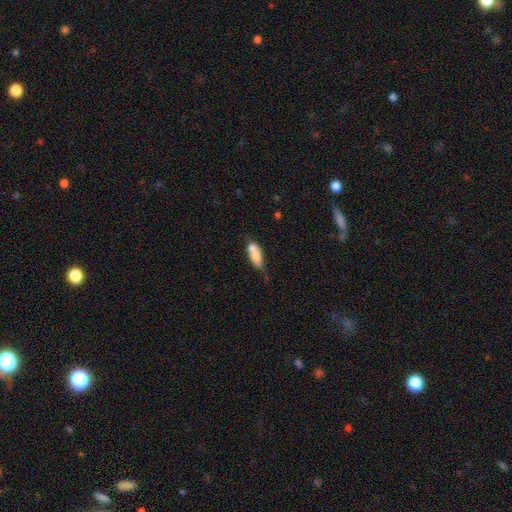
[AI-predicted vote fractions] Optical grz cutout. It shows a smooth galaxy with no disk features (73%) that is in between round and cigar-shaped (71%). Merging: none (39%).